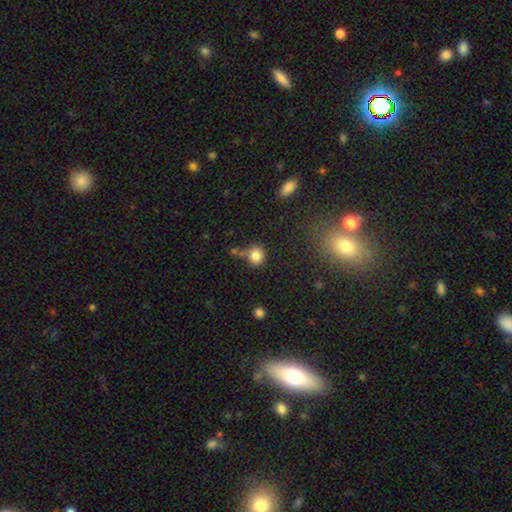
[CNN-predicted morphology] Smooth or featured: smooth — 83% (star or artifact — 11%)
How rounded: round — 84% (in between — 15%)
Merging: none — 63% (minor disturbance — 16%)